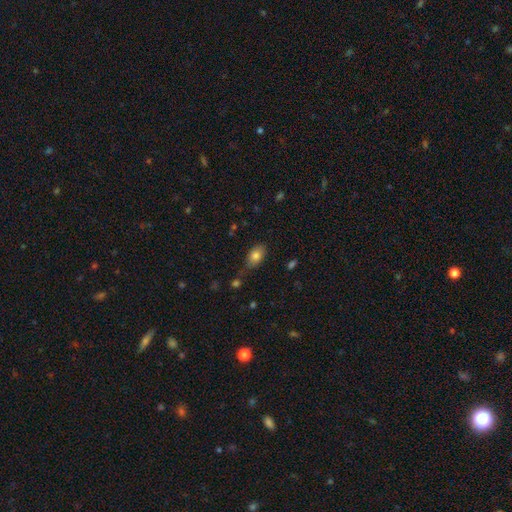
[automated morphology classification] A smooth galaxy with no disk features (80%) that is in between round and cigar-shaped (87%). Merging: none (63%).